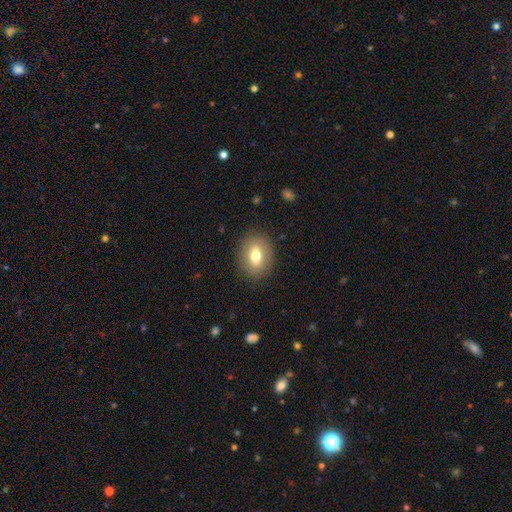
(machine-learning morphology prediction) Overall: smooth (70%). How rounded: in between (58%; round 40%). Merging: none (86%).